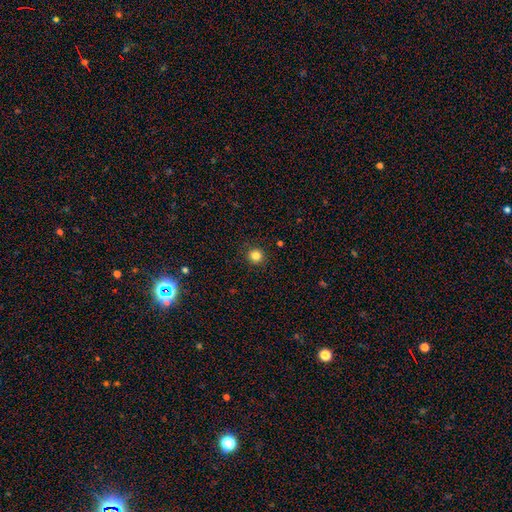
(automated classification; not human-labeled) smooth_or_featured: smooth (p=0.83) [alt: star or artifact p=0.12]
how_rounded: round (p=0.94) [alt: in between p=0.05]
merging: none (p=0.91) [alt: minor disturbance p=0.06]